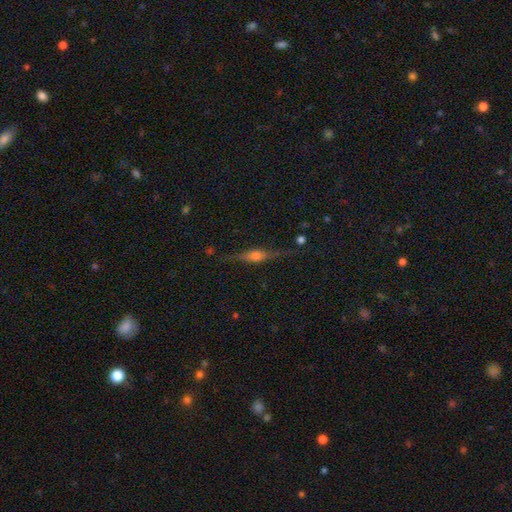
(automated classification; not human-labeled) smooth-or-featured: featured or disk: 72% | smooth: 19% | star or artifact: 9%
  disk-edge-on: yes: 96% | no: 4%
    edge-on-bulge: rounded: 88% | boxy: 10% | none: 3%
  merging: none: 79% | minor disturbance: 14% | major disturbance: 4% | merger: 2%